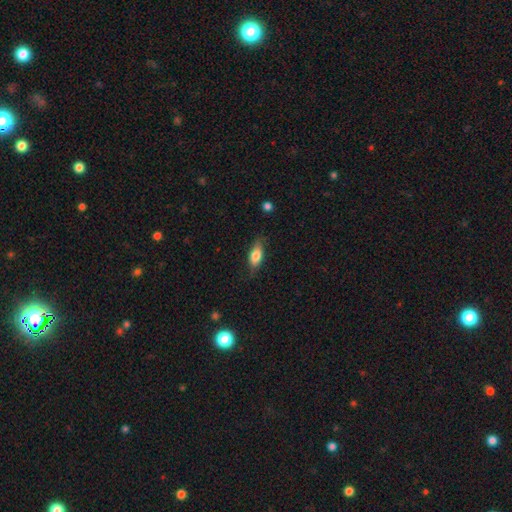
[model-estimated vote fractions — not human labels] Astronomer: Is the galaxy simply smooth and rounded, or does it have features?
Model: smooth — 72%.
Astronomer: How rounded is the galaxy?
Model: in between — 79%.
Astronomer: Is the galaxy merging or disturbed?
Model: none — 73%.